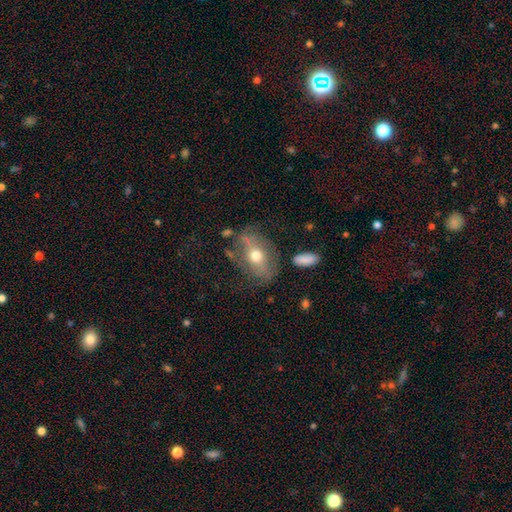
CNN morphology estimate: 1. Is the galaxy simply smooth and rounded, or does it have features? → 48% featured or disk, 43% smooth, 9% star or artifact.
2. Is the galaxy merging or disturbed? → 65% none, 20% minor disturbance, 10% major disturbance, 4% merger.